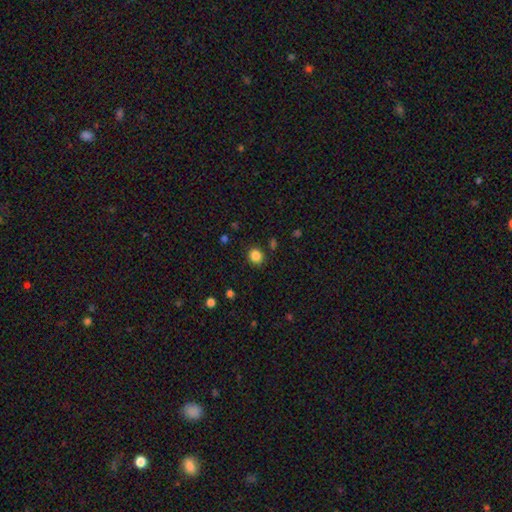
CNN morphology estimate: Smooth or featured: smooth — 84% (star or artifact — 12%)
How rounded: round — 81% (in between — 18%)
Merging: none — 87% (minor disturbance — 8%)